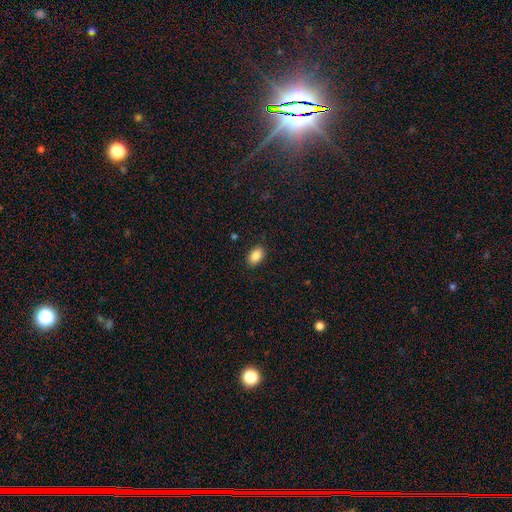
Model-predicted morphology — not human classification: Smooth or featured? smooth (87%)
How rounded? in between (87%)
Merging? none (88%)